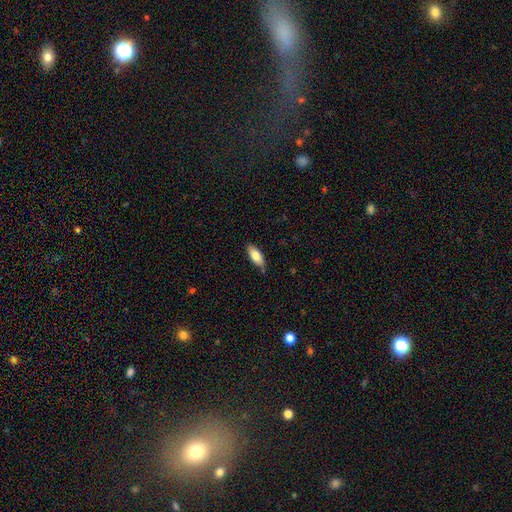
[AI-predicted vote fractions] A smooth galaxy with no disk features (76%) that is in between round and cigar-shaped (78%). Merging: none (78%).